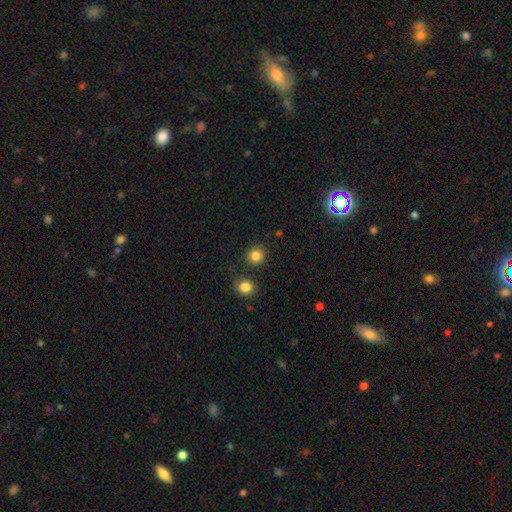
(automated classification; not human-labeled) Morphology: type=smooth (84%); roundness=round (88%); merging=none (85%).